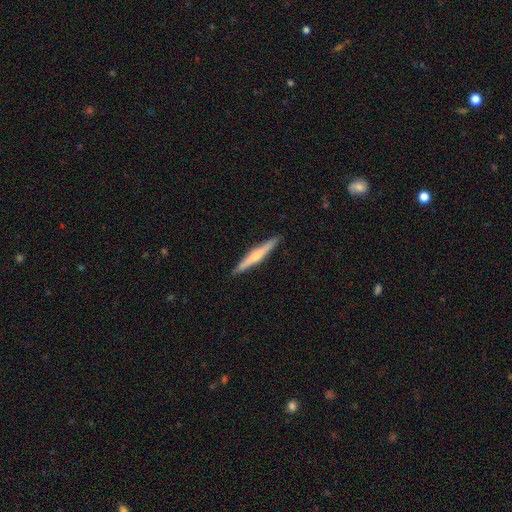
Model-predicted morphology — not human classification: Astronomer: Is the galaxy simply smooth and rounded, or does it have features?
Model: featured or disk — 53% (runner-up: smooth, 42%).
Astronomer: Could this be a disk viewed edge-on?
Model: yes — 97%.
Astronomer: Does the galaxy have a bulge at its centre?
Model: rounded — 65%.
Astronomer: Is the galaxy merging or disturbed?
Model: none — 91%.